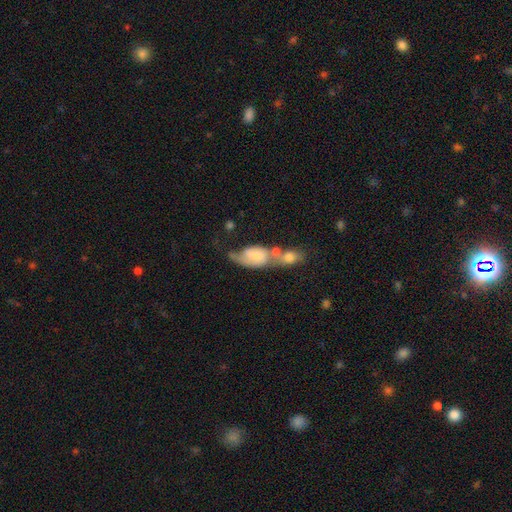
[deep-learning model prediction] This is possibly a featured or disk galaxy (49%). Merging: possibly merger (58%).